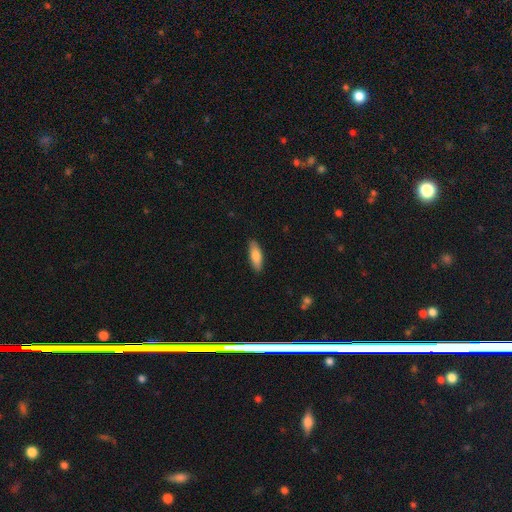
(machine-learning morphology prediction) smooth 82%, featured or disk 12%, star or artifact 6%. Down the decision tree: how rounded — in between (62%); merging — none (88%).